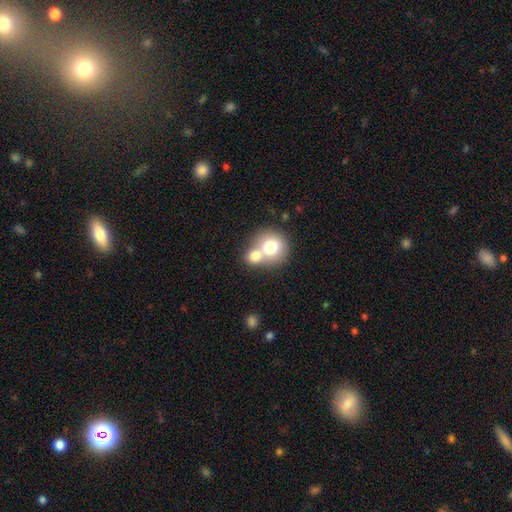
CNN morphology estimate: Smooth or featured?
  - smooth: 72% *
  - featured or disk: 19%
  - star or artifact: 9%
How rounded?
  - round: 79% *
  - in between: 20%
  - cigar-shaped: 1%
Merging?
  - merger: 60% *
  - none: 31%
  - minor disturbance: 6%
  - major disturbance: 3%